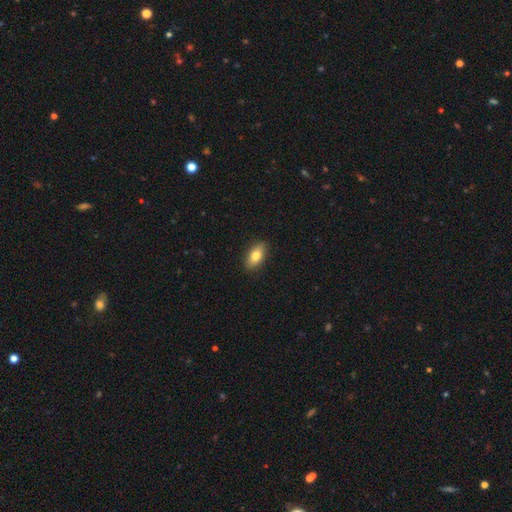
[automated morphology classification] type=smooth (79%); roundness=in between (88%); merging=none (89%).